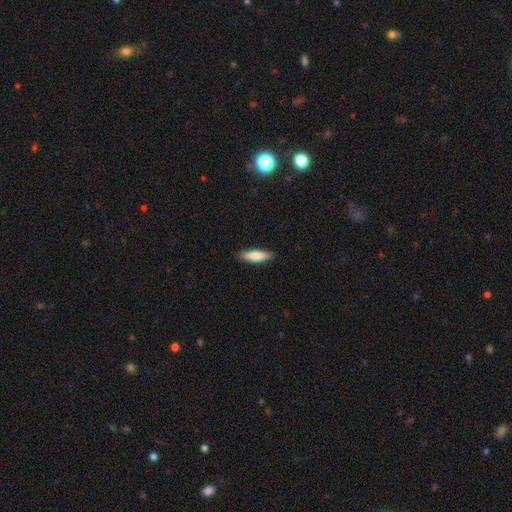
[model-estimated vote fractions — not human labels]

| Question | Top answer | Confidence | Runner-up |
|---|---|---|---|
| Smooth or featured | smooth | 77% | featured or disk (17%) |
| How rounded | cigar-shaped | 63% | in between (35%) |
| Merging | none | 88% | minor disturbance (9%) |